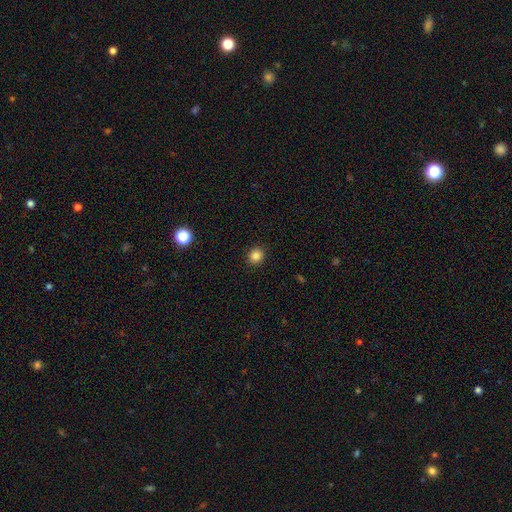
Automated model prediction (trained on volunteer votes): smooth-or-featured: smooth: 85% | star or artifact: 11% | featured or disk: 4%
  how-rounded: round: 85% | in between: 14% | cigar-shaped: 1%
  merging: none: 91% | minor disturbance: 6% | major disturbance: 2% | merger: 1%